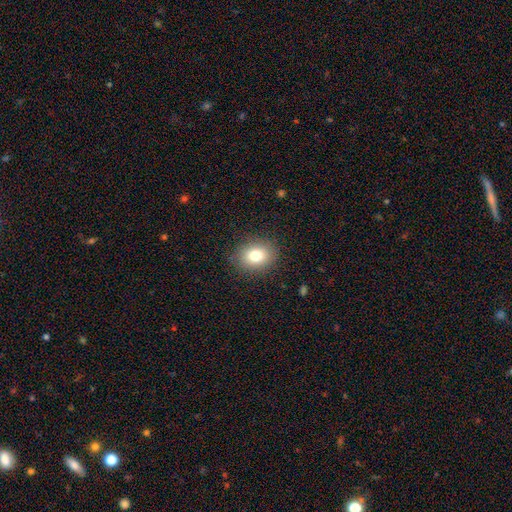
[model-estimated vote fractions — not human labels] Smooth or featured? Predicted: smooth (p=0.79). How rounded? Predicted: in between (p=0.53). Merging? Predicted: none (p=0.88).